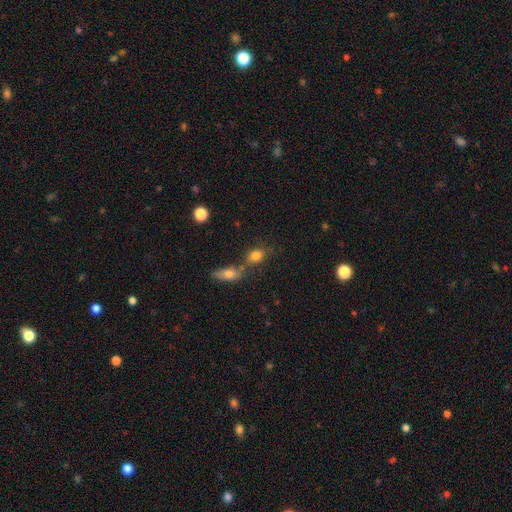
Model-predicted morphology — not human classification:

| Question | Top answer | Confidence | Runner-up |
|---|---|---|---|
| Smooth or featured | smooth | 80% | star or artifact (10%) |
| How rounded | in between | 60% | round (36%) |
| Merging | none | 54% | merger (28%) |